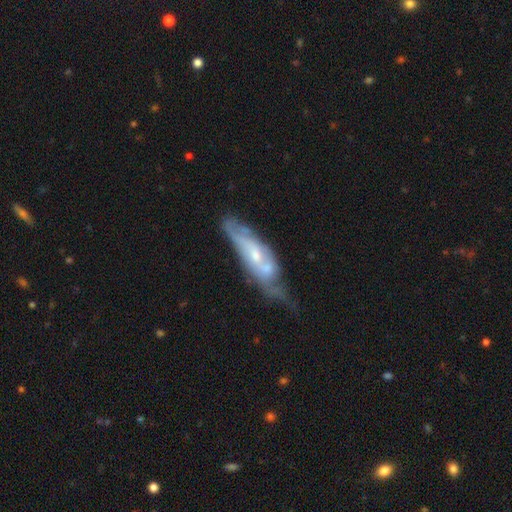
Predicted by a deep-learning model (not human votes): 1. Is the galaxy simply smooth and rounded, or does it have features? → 69% featured or disk, 25% smooth, 7% star or artifact.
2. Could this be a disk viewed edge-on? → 71% no, 29% yes.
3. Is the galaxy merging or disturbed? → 40% none, 30% minor disturbance, 18% major disturbance, 12% merger.